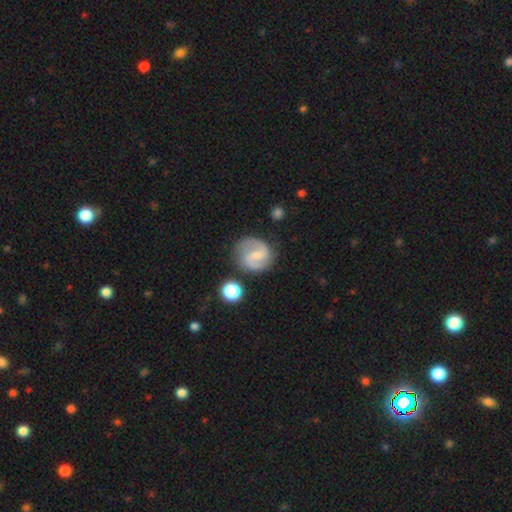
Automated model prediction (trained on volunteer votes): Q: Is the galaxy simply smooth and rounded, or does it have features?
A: featured or disk — 78%.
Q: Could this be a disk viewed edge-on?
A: no — 98%.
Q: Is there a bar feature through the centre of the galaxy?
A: weak — 55%.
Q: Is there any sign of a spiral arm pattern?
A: yes — 94%.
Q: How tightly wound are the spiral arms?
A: medium — 51%.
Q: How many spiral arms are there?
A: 2 — 89%.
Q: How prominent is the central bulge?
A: small — 53%.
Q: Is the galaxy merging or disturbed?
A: none — 78%.